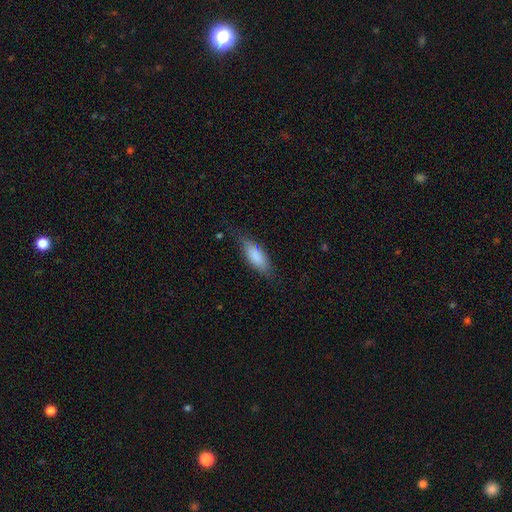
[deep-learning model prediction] Smooth or featured?
  - smooth: 81% *
  - featured or disk: 12%
  - star or artifact: 7%
How rounded?
  - in between: 68% *
  - cigar-shaped: 30%
  - round: 2%
Merging?
  - none: 68% *
  - minor disturbance: 23%
  - major disturbance: 7%
  - merger: 2%